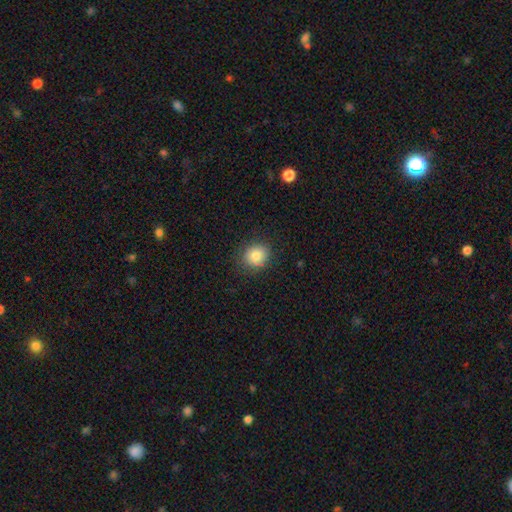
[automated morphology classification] Smooth or featured? Predicted: smooth (p=0.82). How rounded? Predicted: round (p=0.75). Merging? Predicted: none (p=0.83).